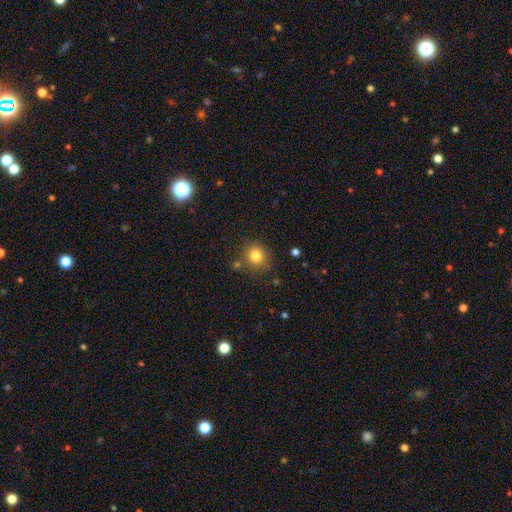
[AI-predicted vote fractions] Smooth or featured? Predicted: smooth (p=0.81). How rounded? Predicted: round (p=0.86). Merging? Predicted: none (p=0.79).